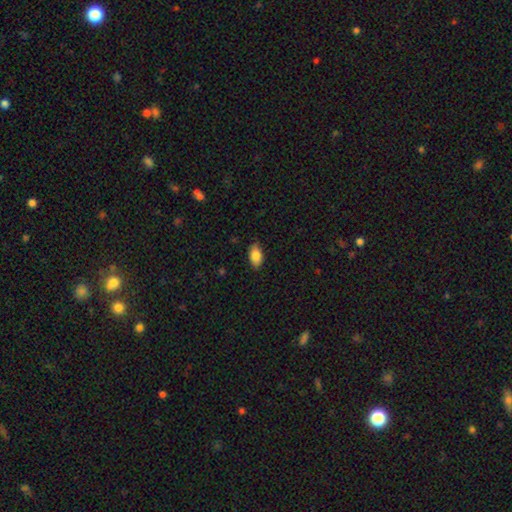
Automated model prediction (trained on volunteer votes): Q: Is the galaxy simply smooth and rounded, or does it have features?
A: smooth — 84%.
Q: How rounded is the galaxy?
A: in between — 92%.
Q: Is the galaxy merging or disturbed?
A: none — 86%.